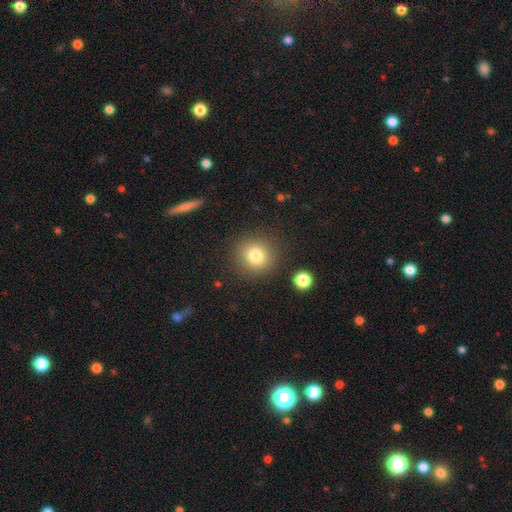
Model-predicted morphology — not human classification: This is likely a smooth galaxy (80%). How rounded: clearly round (91%). Merging: clearly none (86%).